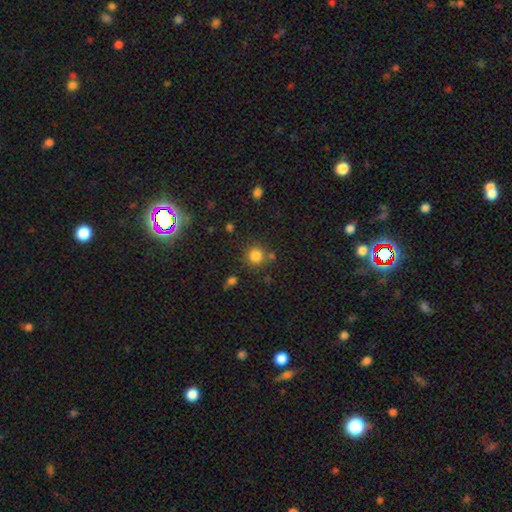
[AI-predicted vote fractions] Morphology: type=smooth (82%); roundness=round (92%); merging=none (77%).